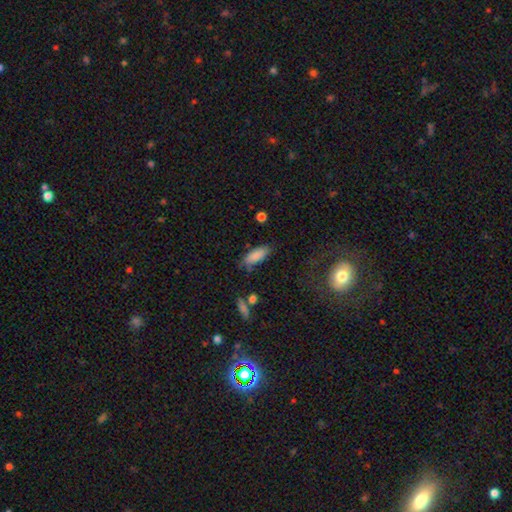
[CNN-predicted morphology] Overall: smooth (85%). How rounded: in between (72%). Merging: none (69%).